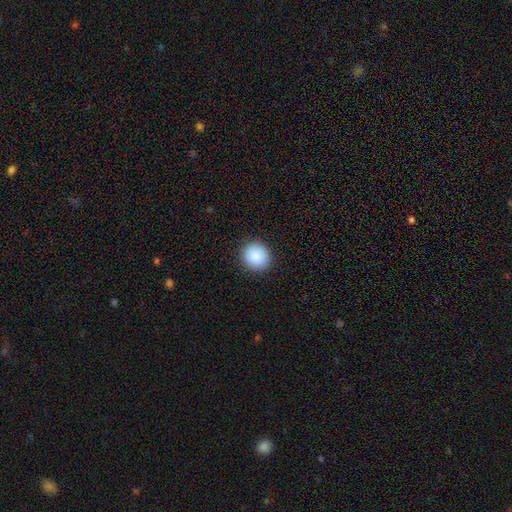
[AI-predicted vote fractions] Morphology: type=smooth (90%); roundness=round (89%); merging=none (91%).